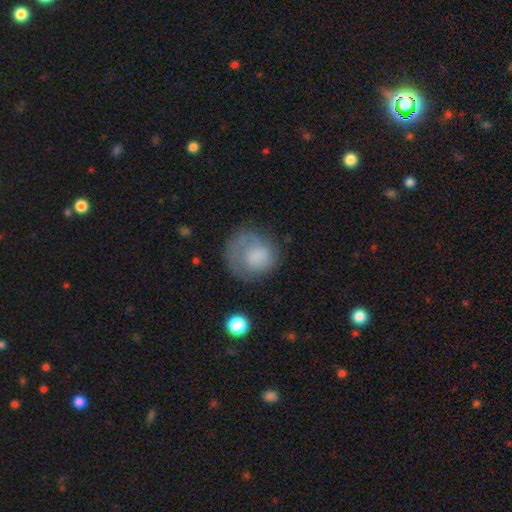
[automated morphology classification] Smooth or featured? smooth (66%)
How rounded? round (77%)
Merging? none (47%)